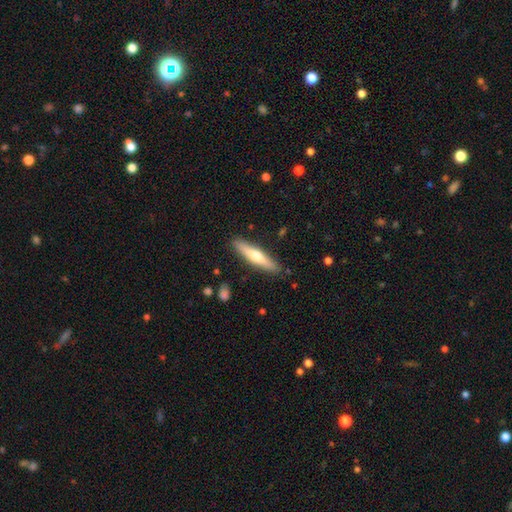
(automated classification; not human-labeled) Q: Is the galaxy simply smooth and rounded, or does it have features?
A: smooth — 49%.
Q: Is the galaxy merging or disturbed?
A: none — 89%.